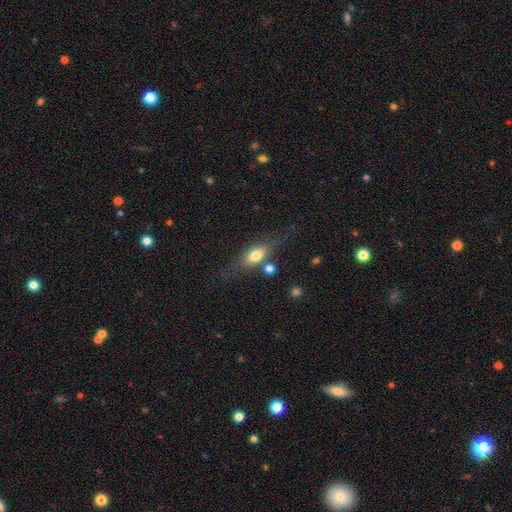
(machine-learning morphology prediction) smooth_or_featured: smooth (p=0.61) [alt: featured or disk p=0.30]
how_rounded: in between (p=0.68) [alt: cigar-shaped p=0.23]
merging: none (p=0.63) [alt: minor disturbance p=0.19]